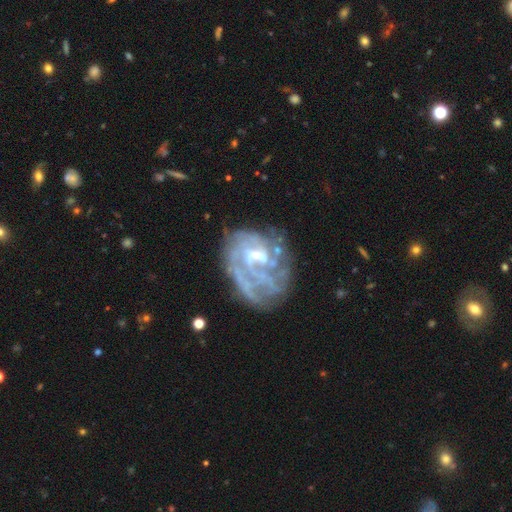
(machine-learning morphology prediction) smooth-or-featured: featured or disk: 78% | smooth: 13% | star or artifact: 9%
  disk-edge-on: no: 98% | yes: 2%
    bar: weak: 44% | no: 43% | strong: 13%
    has-spiral-arms: yes: 62% | no: 38%
    bulge-size: small: 39% | moderate: 31% | none: 26% | large: 3% | dominant: 1%
  merging: none: 45% | major disturbance: 27% | minor disturbance: 21% | merger: 7%